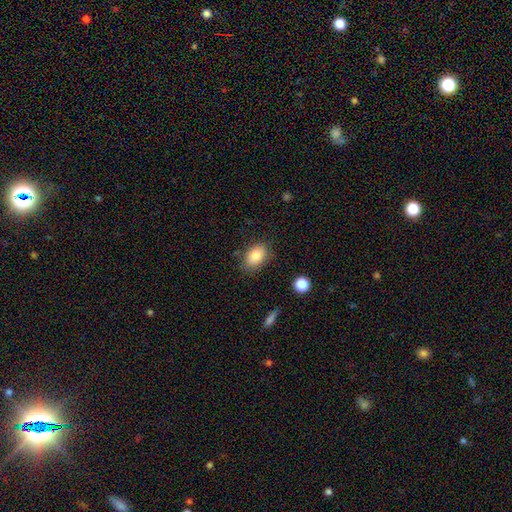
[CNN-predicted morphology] A smooth galaxy with no disk features (84%) that is in between round and cigar-shaped (86%). Merging: none (80%).